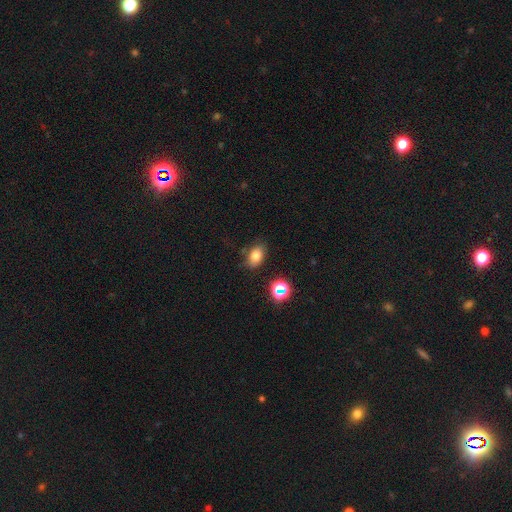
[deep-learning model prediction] The model was most divided on "merging": none: 77%, minor disturbance: 16%, major disturbance: 4%, merger: 3%. More confident: how rounded — in between (83%); smooth or featured — smooth (78%).